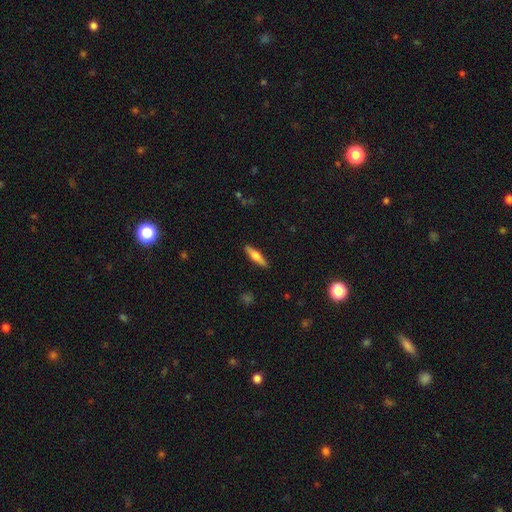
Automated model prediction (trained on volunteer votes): Q: Smooth or featured?
A: smooth (55%); runner-up: featured or disk (39%)
Q: How rounded?
A: cigar-shaped (72%); runner-up: in between (26%)
Q: Merging?
A: none (89%); runner-up: minor disturbance (8%)